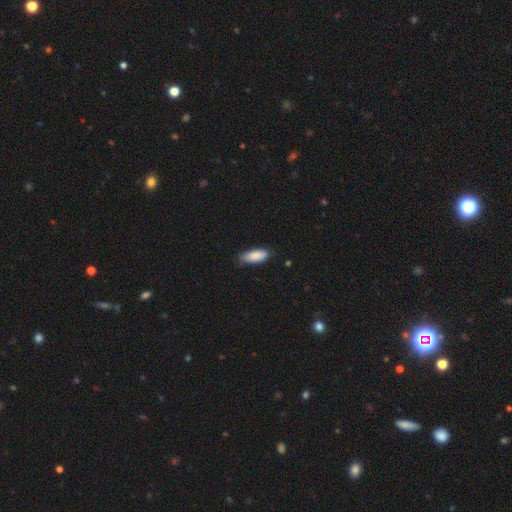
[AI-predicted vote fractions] Overall: smooth (89%). How rounded: in between (79%). Merging: none (78%).